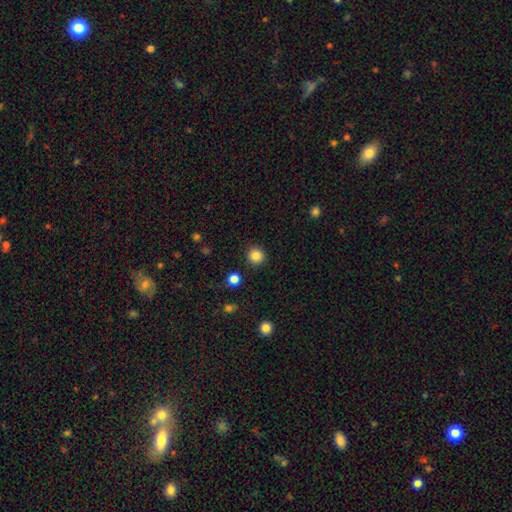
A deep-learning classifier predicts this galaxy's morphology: Smooth or featured? smooth (85%)
How rounded? round (95%)
Merging? none (92%)